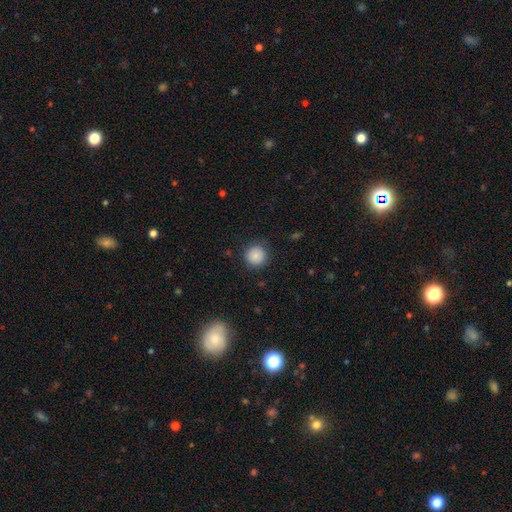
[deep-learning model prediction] Morphology: type=smooth (84%); roundness=round (94%); merging=none (85%).